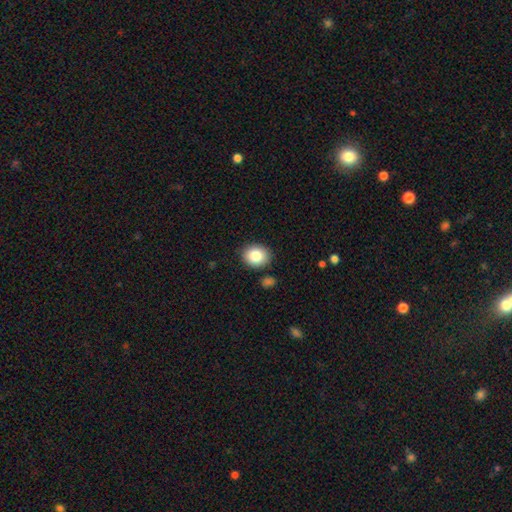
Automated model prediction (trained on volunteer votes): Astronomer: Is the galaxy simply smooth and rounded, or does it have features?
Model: smooth — 85%.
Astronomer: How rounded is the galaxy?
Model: round — 57% (runner-up: in between, 42%).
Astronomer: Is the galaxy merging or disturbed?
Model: none — 86%.